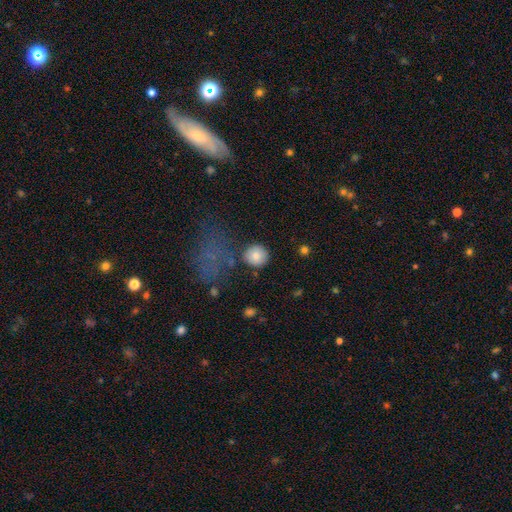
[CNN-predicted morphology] smooth_or_featured: smooth (p=0.82) [alt: star or artifact p=0.09]
how_rounded: round (p=0.93) [alt: in between p=0.06]
merging: none (p=0.83) [alt: minor disturbance p=0.09]